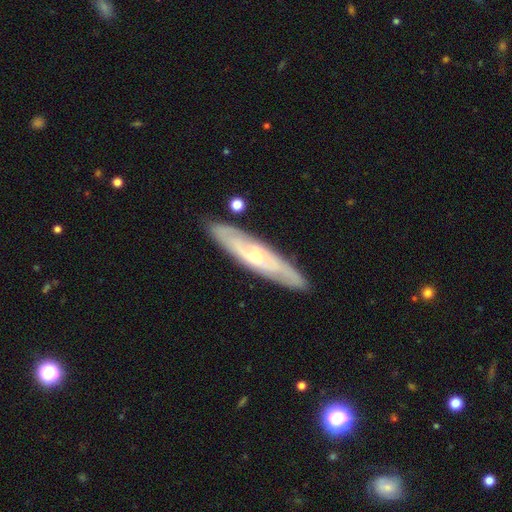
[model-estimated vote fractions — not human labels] Smooth or featured: featured or disk — 69% (smooth — 25%)
Edge-on disk: no — 54% (yes — 46%)
Merging: none — 85% (minor disturbance — 11%)